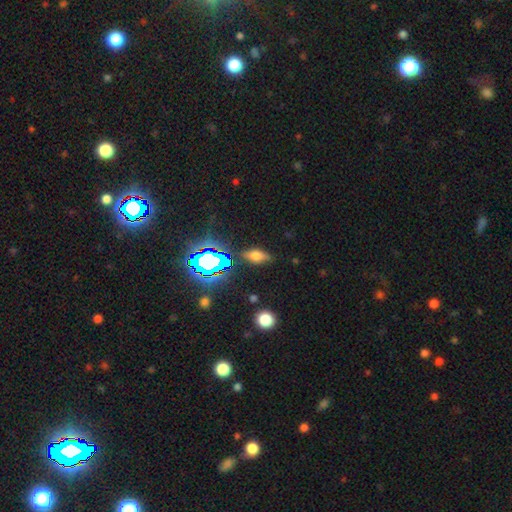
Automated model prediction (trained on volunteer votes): This is possibly a smooth galaxy (52%). How rounded: likely in between (75%). Merging: clearly none (81%).